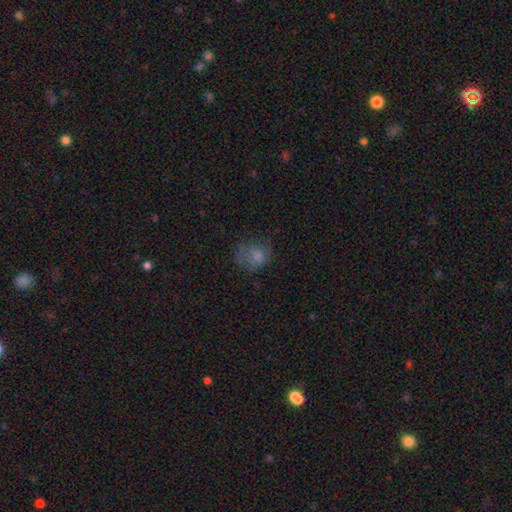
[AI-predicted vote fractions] A smooth galaxy with no disk features (69%) that is round (67%). Merging: none (43%).